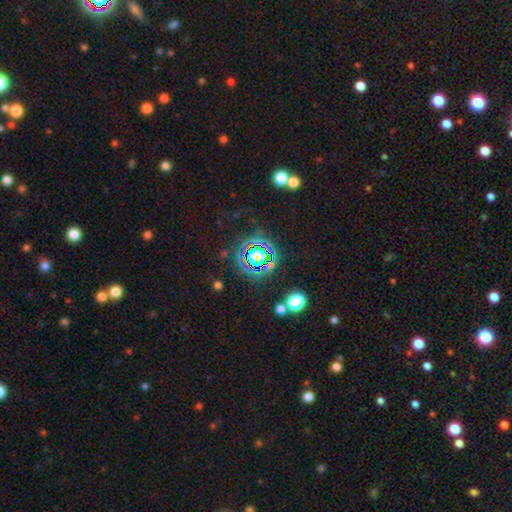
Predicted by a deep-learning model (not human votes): Q: Smooth or featured?
A: star or artifact (71%); runner-up: smooth (17%)